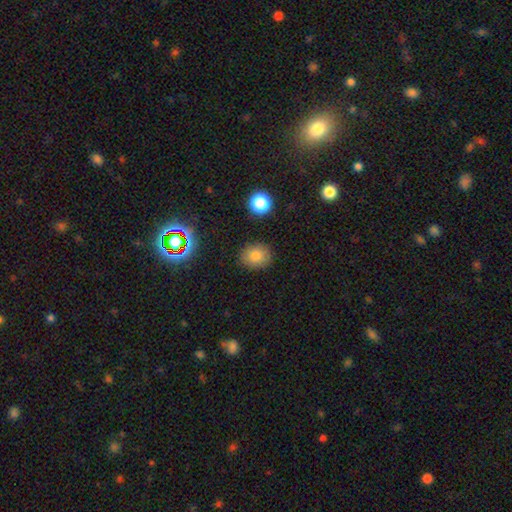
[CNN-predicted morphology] Smooth or featured: smooth — 79% (star or artifact — 12%)
How rounded: round — 69% (in between — 30%)
Merging: none — 86% (minor disturbance — 9%)